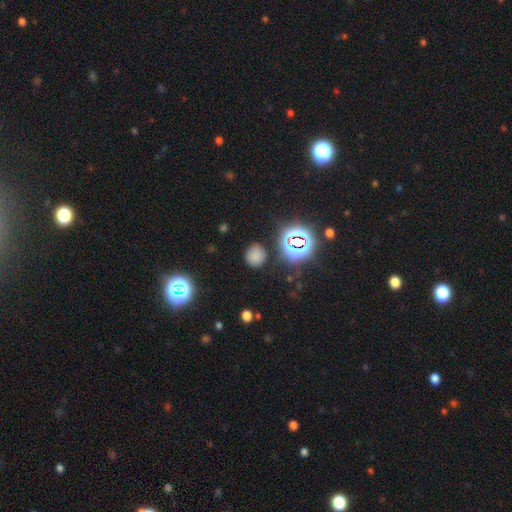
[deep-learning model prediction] Q: Smooth or featured?
A: smooth (68%); runner-up: star or artifact (25%)
Q: How rounded?
A: round (82%); runner-up: in between (17%)
Q: Merging?
A: none (81%); runner-up: minor disturbance (12%)